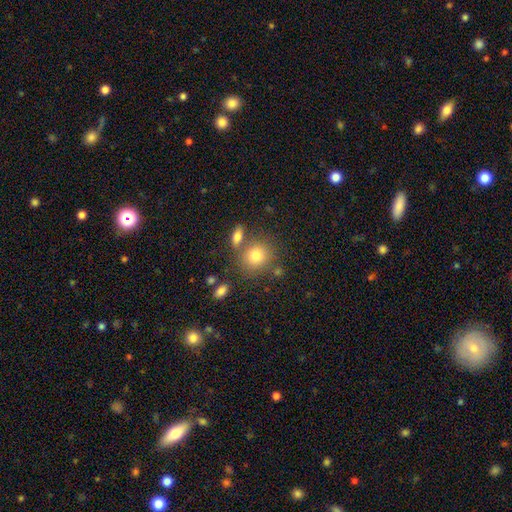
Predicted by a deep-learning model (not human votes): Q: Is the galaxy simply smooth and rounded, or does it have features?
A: smooth — 79%.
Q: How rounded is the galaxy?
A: round — 76%.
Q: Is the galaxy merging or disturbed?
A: none — 66%.